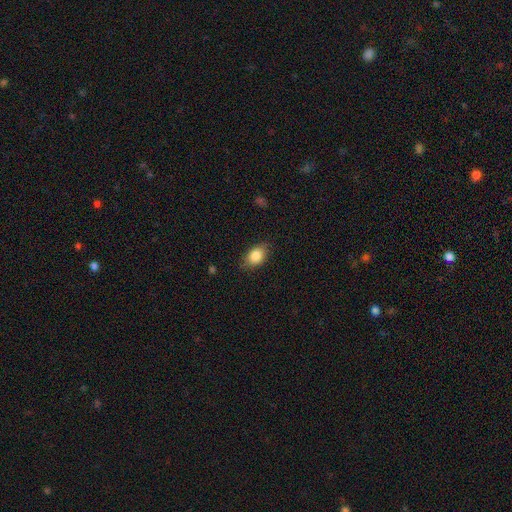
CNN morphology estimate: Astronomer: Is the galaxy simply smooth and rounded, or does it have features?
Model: smooth — 85%.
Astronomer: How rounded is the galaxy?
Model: in between — 84%.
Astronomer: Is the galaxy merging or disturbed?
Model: none — 80%.